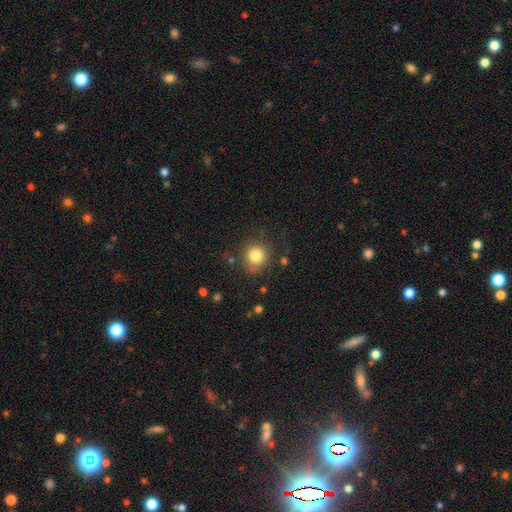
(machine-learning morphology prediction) Smooth or featured?
  - smooth: 81% *
  - star or artifact: 11%
  - featured or disk: 8%
How rounded?
  - round: 89% *
  - in between: 10%
  - cigar-shaped: 1%
Merging?
  - none: 78% *
  - minor disturbance: 14%
  - major disturbance: 5%
  - merger: 3%